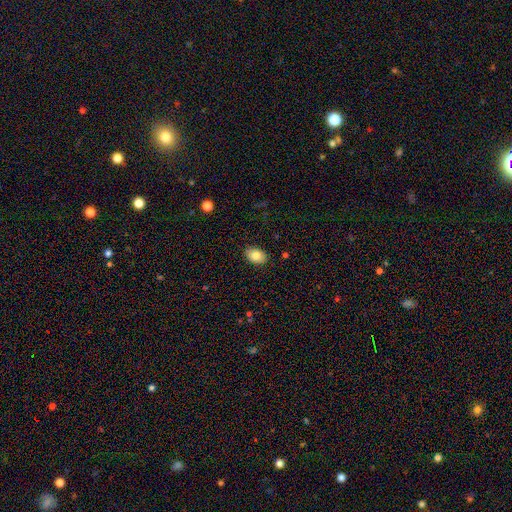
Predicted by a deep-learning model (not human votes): A smooth galaxy with no disk features (82%) that is in between round and cigar-shaped (81%). Merging: none (88%).